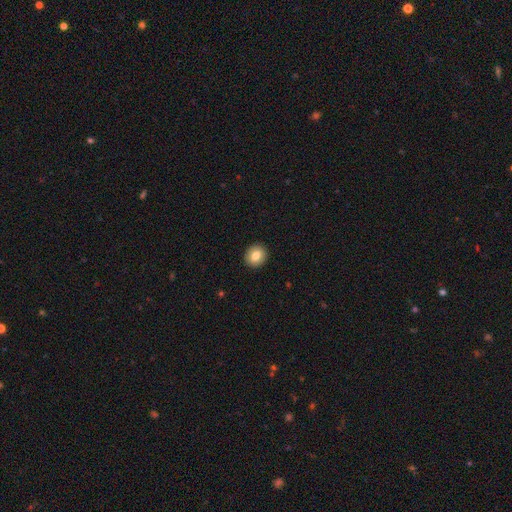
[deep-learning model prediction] The model was most divided on "how rounded": round: 80%, in between: 19%, cigar-shaped: 1%. More confident: merging — none (92%); smooth or featured — smooth (81%).